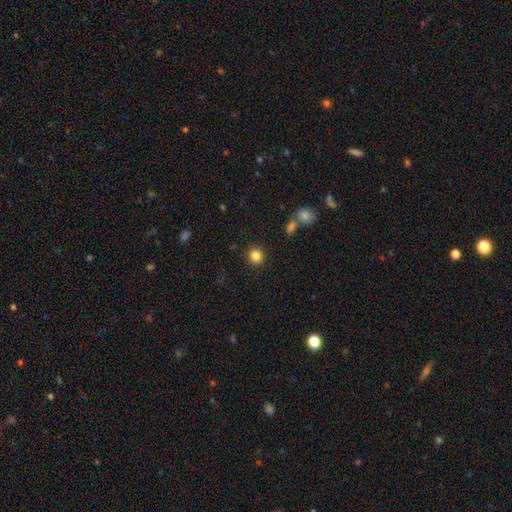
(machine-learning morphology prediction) Smooth or featured? Predicted: smooth (p=0.85). How rounded? Predicted: round (p=0.89). Merging? Predicted: none (p=0.89).